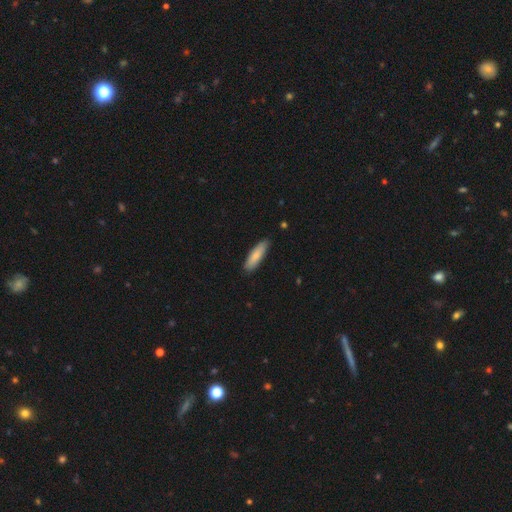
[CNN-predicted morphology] Smooth or featured? smooth (82%)
How rounded? cigar-shaped (60%)
Merging? none (86%)